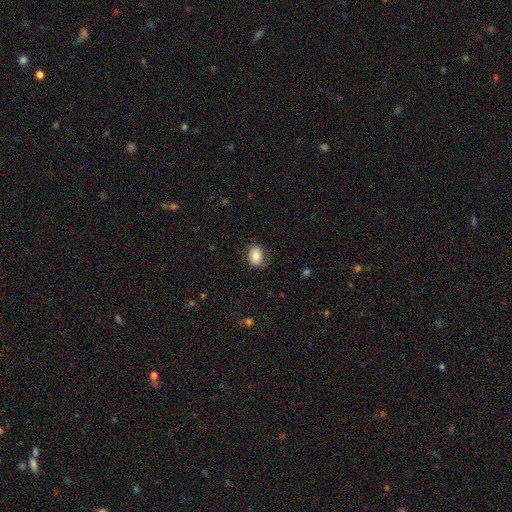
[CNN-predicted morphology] smooth-or-featured: smooth: 80% | featured or disk: 12% | star or artifact: 8%
  how-rounded: in between: 75% | round: 24% | cigar-shaped: 1%
  merging: none: 75% | minor disturbance: 19% | major disturbance: 5% | merger: 1%